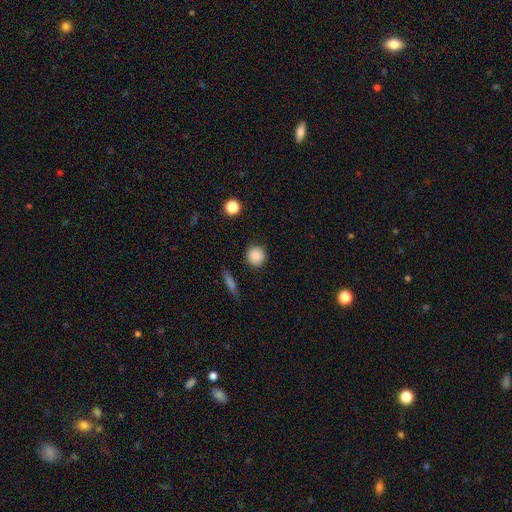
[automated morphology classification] Smooth or featured: smooth — 86% (star or artifact — 9%)
How rounded: round — 93% (in between — 6%)
Merging: none — 89% (minor disturbance — 7%)